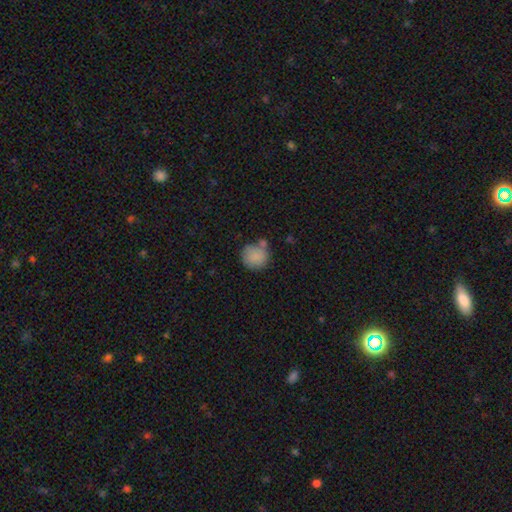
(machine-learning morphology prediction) type=smooth (85%); roundness=round (90%); merging=none (62%).